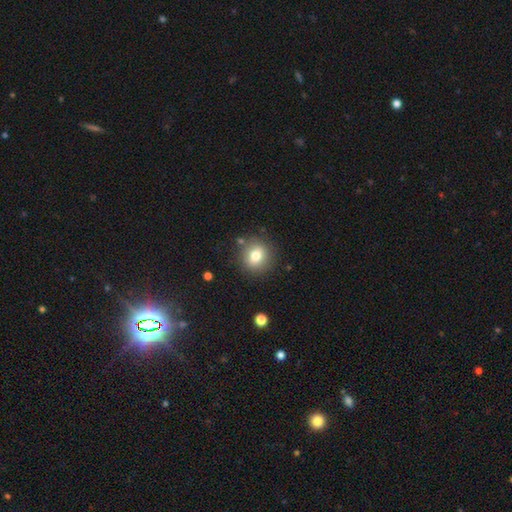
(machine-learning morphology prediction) smooth_or_featured: smooth (p=0.77) [alt: featured or disk p=0.12]
how_rounded: round (p=0.84) [alt: in between p=0.15]
merging: none (p=0.85) [alt: minor disturbance p=0.09]